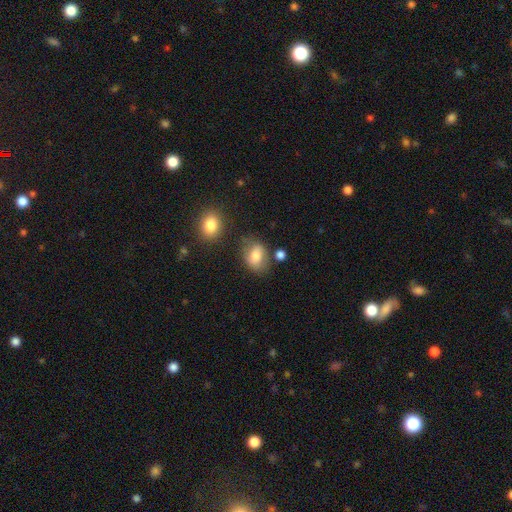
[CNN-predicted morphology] Smooth or featured? smooth (76%)
How rounded? in between (69%)
Merging? none (65%)